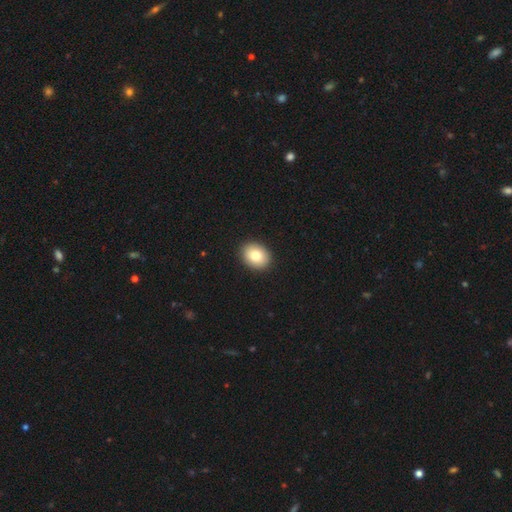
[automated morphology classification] Q: Smooth or featured?
A: smooth (83%); runner-up: featured or disk (9%)
Q: How rounded?
A: in between (57%); runner-up: round (42%)
Q: Merging?
A: none (91%); runner-up: minor disturbance (6%)